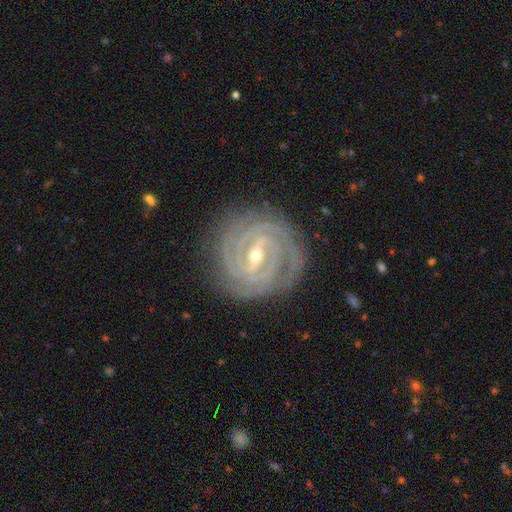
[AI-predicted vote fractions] Smooth or featured: featured or disk — 92% (star or artifact — 4%)
Edge-on disk: no — 97% (yes — 3%)
Bar: strong — 59% (weak — 32%)
Spiral arms: yes — 99% (no — 1%)
Spiral winding: tight — 87% (medium — 11%)
Spiral arm count: 3 — 27% (2 — 25%)
Bulge size: small — 55% (moderate — 42%)
Merging: none — 85% (minor disturbance — 11%)